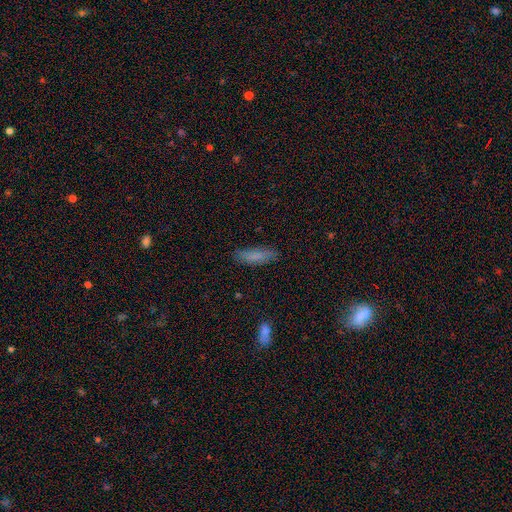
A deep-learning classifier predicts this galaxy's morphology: smooth-or-featured: smooth: 78% | featured or disk: 13% | star or artifact: 8%
  how-rounded: cigar-shaped: 53% | in between: 45% | round: 2%
  merging: none: 79% | minor disturbance: 16% | major disturbance: 4% | merger: 2%